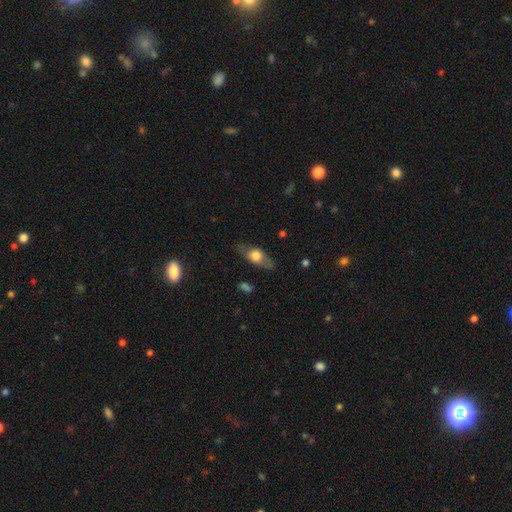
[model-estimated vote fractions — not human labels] This appears to be a smooth galaxy with no disk features (52%) that is in between round and cigar-shaped (72%). Merging: none (70%).